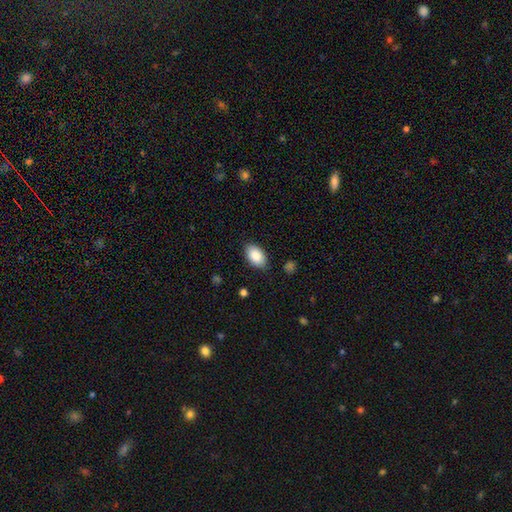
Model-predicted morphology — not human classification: This is clearly a smooth galaxy (88%). How rounded: clearly in between (92%). Merging: clearly none (85%).